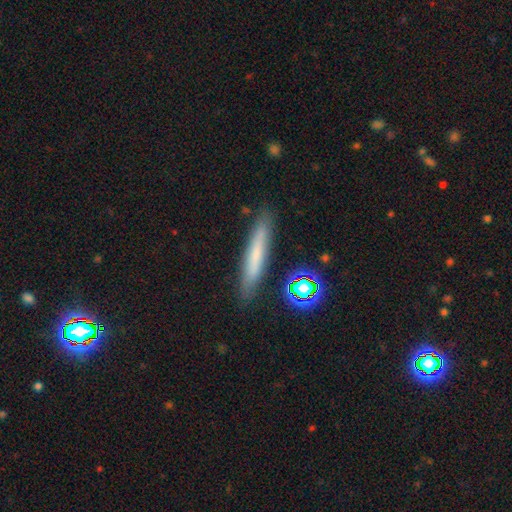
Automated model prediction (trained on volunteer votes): Overall: smooth (61%; featured or disk 28%). How rounded: cigar-shaped (92%). Merging: none (86%).